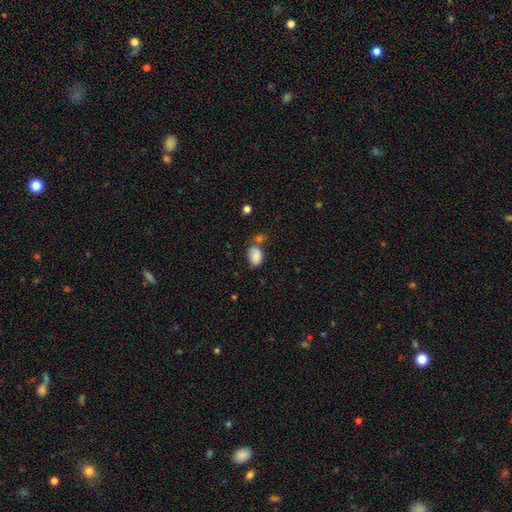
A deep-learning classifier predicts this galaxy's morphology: The model was most divided on "merging": none: 49%, minor disturbance: 23%, merger: 20%, major disturbance: 8%. More confident: smooth or featured — smooth (85%); how rounded — in between (80%).